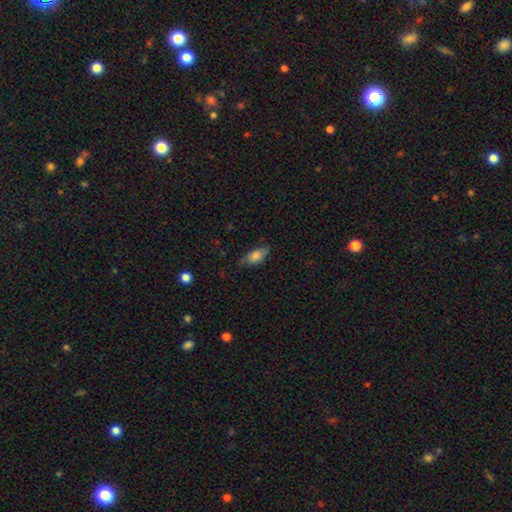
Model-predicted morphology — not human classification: The model was most divided on "merging": none: 74%, minor disturbance: 21%, major disturbance: 4%, merger: 1%. More confident: how rounded — in between (84%); smooth or featured — smooth (80%).